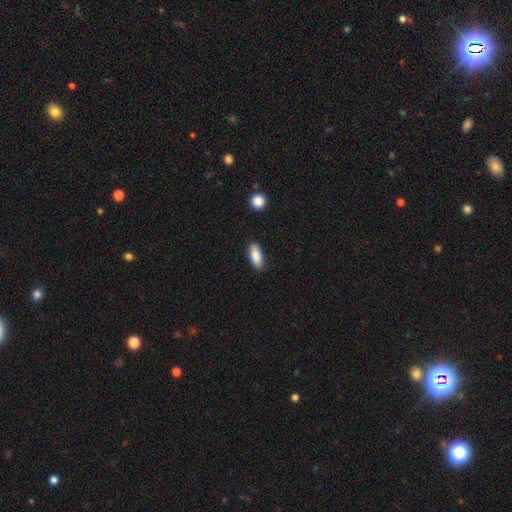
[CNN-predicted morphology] Q: Smooth or featured?
A: smooth (85%); runner-up: featured or disk (9%)
Q: How rounded?
A: in between (75%); runner-up: cigar-shaped (23%)
Q: Merging?
A: none (86%); runner-up: minor disturbance (11%)